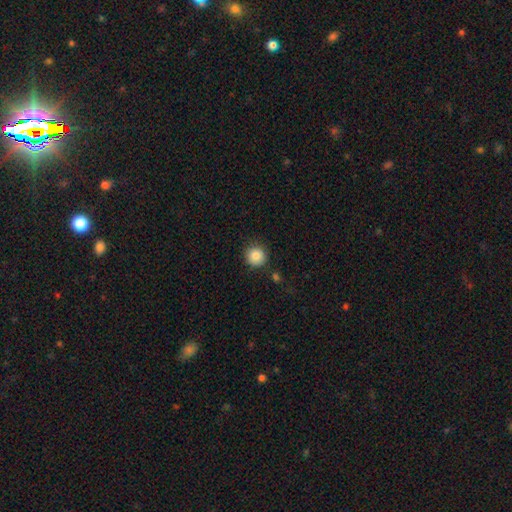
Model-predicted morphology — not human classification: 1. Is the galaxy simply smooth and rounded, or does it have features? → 86% smooth, 9% star or artifact, 4% featured or disk.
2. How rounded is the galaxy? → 94% round, 6% in between, 1% cigar-shaped.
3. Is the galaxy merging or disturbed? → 87% none, 8% minor disturbance, 3% merger, 2% major disturbance.